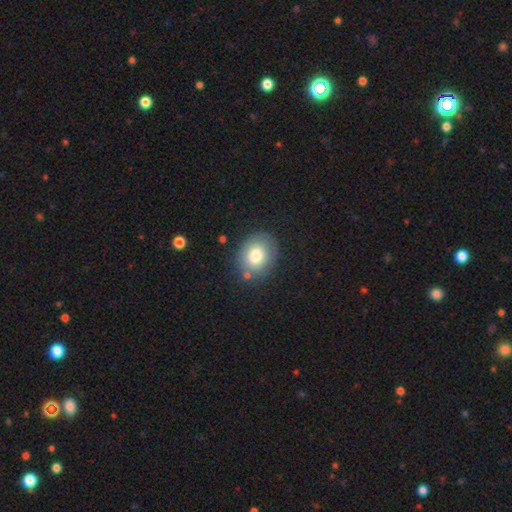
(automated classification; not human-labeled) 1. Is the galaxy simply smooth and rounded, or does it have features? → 78% smooth, 13% featured or disk, 9% star or artifact.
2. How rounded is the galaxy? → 50% in between, 49% round, 1% cigar-shaped.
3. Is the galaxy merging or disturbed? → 80% none, 12% minor disturbance, 4% merger, 4% major disturbance.